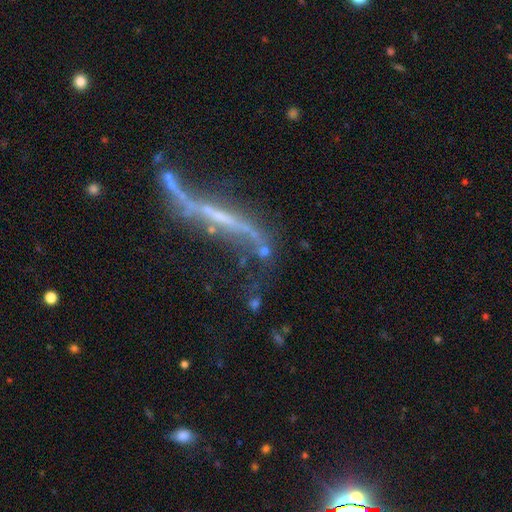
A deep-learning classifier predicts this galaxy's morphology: Smooth or featured? Predicted: featured or disk (p=0.78). Edge-on disk? Predicted: yes (p=0.62). Merging? Predicted: none (p=0.38).